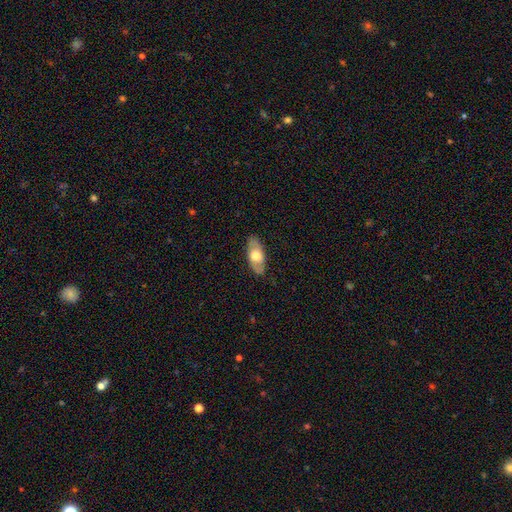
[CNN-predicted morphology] Smooth or featured? smooth (54%)
How rounded? in between (84%)
Merging? none (83%)